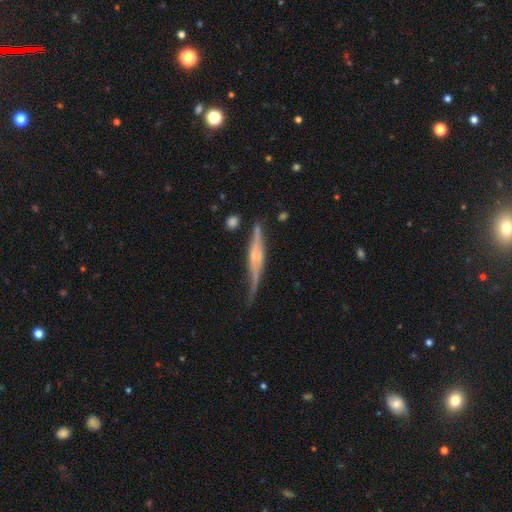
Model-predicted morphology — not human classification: smooth_or_featured: featured or disk (p=0.76) [alt: smooth p=0.18]
disk_edge_on: yes (p=0.94) [alt: no p=0.06]
edge_on_bulge: rounded (p=0.72) [alt: boxy p=0.16]
merging: none (p=0.63) [alt: minor disturbance p=0.24]